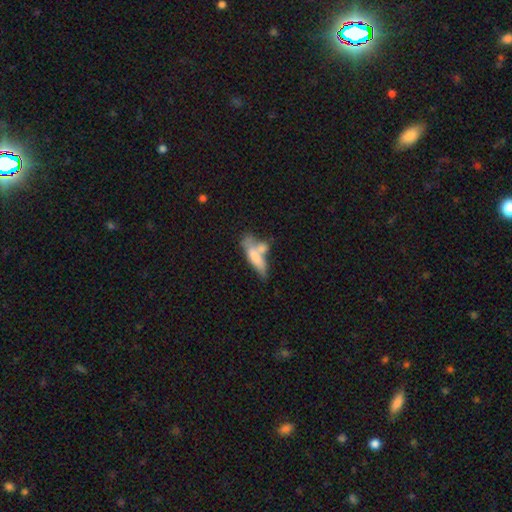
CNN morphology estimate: Smooth or featured? Predicted: smooth (p=0.65). How rounded? Predicted: cigar-shaped (p=0.51). Merging? Predicted: merger (p=0.49).